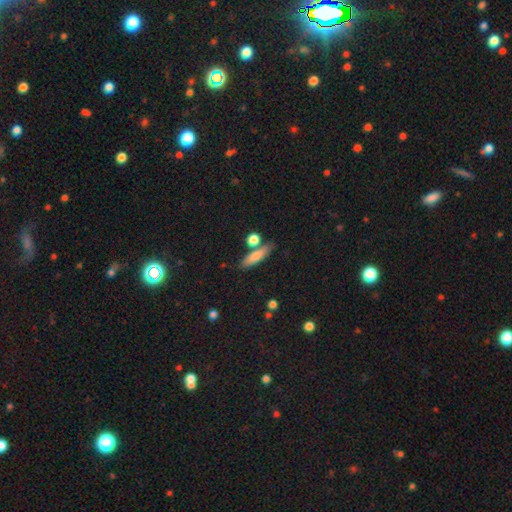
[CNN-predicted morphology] Smooth or featured? smooth (76%)
How rounded? cigar-shaped (65%)
Merging? none (72%)